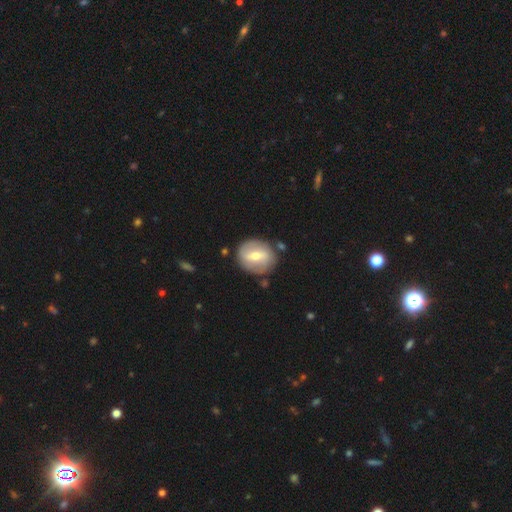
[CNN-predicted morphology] This is possibly a featured or disk galaxy (53%). It is clearly not viewed edge-on (93%). Merging: clearly none (80%).